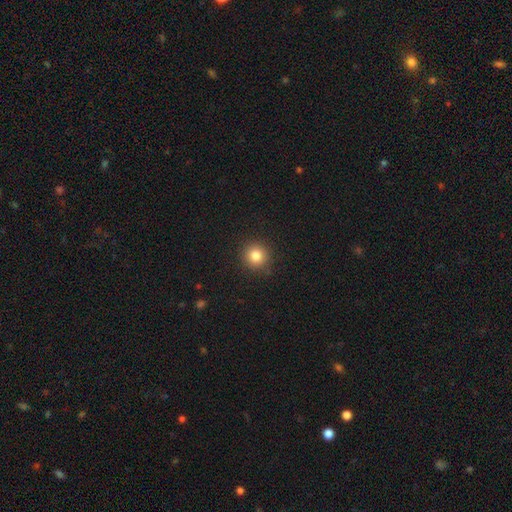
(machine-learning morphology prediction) Q: Smooth or featured?
A: smooth (83%); runner-up: star or artifact (11%)
Q: How rounded?
A: round (94%); runner-up: in between (5%)
Q: Merging?
A: none (90%); runner-up: minor disturbance (6%)